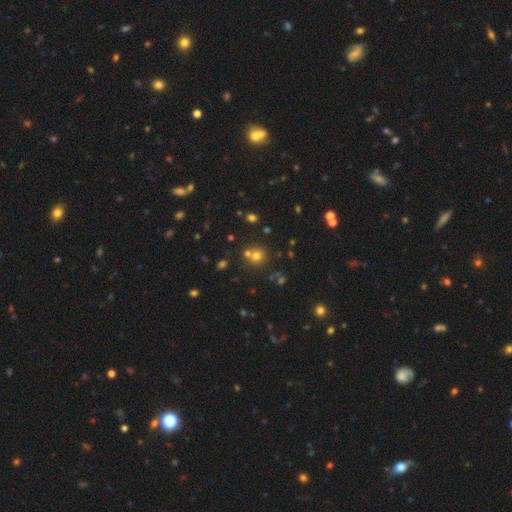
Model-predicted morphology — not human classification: Q: Smooth or featured?
A: smooth (62%); runner-up: star or artifact (27%)
Q: How rounded?
A: round (88%); runner-up: in between (11%)
Q: Merging?
A: none (64%); runner-up: merger (25%)